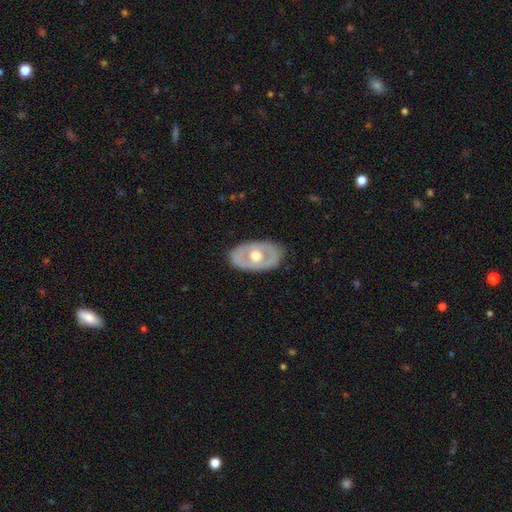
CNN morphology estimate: The model was most divided on "smooth or featured": featured or disk: 58%, smooth: 36%, star or artifact: 5%. More confident: spiral arms — no (88%); edge-on disk — no (87%); bar — no (86%); merging — none (83%); bulge size — moderate (71%).